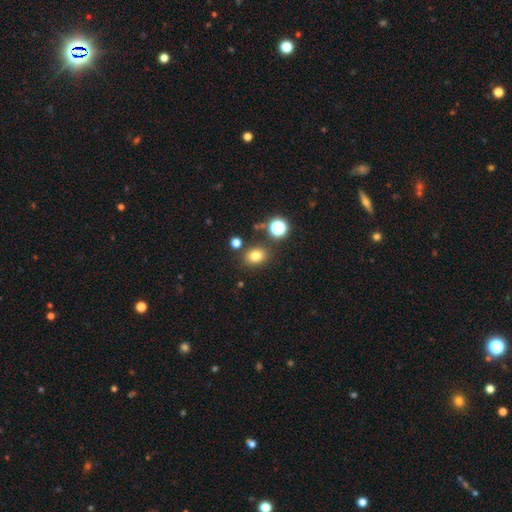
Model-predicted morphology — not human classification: The model was most divided on "how rounded": round: 54%, in between: 45%, cigar-shaped: 1%. More confident: merging — none (82%); smooth or featured — smooth (77%).